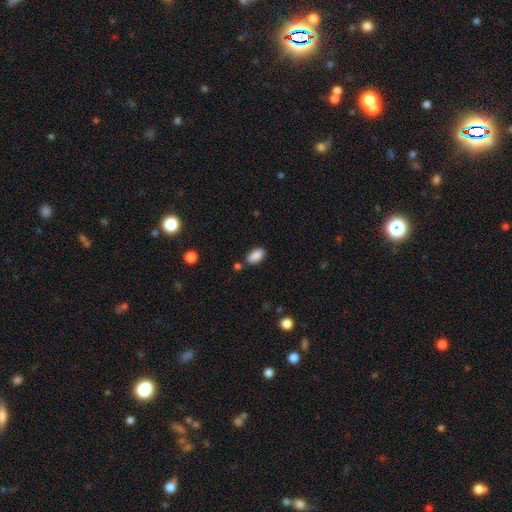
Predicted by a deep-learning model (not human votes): Smooth or featured? smooth (88%)
How rounded? in between (93%)
Merging? none (79%)